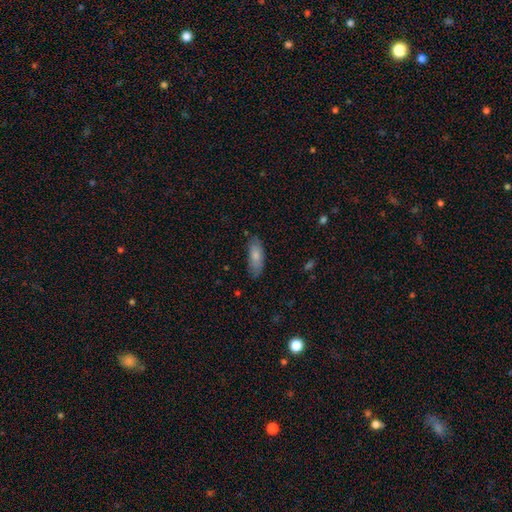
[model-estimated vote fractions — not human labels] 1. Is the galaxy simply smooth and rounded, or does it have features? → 80% smooth, 14% featured or disk, 6% star or artifact.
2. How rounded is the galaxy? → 70% in between, 28% cigar-shaped, 2% round.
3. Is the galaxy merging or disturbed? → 76% none, 19% minor disturbance, 4% major disturbance, 2% merger.